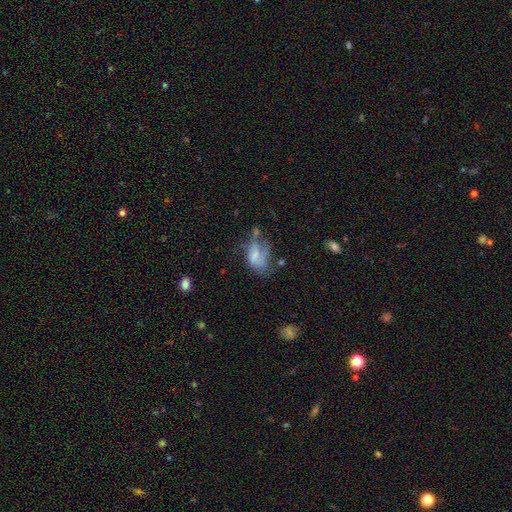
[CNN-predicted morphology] A smooth galaxy with no disk features (50%) that is in between round and cigar-shaped (87%).

Vote fractions:
- Smooth or featured? smooth: 50% / featured or disk: 38% / star or artifact: 11%
- How rounded? in between: 87% / round: 10% / cigar-shaped: 4%
- Merging? major disturbance: 42% / minor disturbance: 23% / none: 22% / merger: 13%